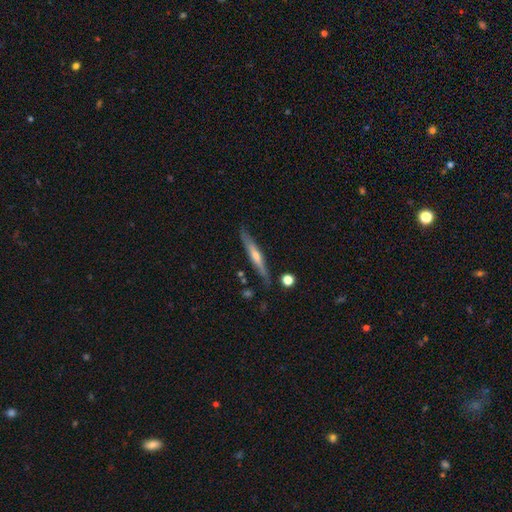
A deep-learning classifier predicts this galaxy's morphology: type=featured or disk (68%); edge-on=yes (95%); edge-on bulge=rounded (74%); merging=none (84%).